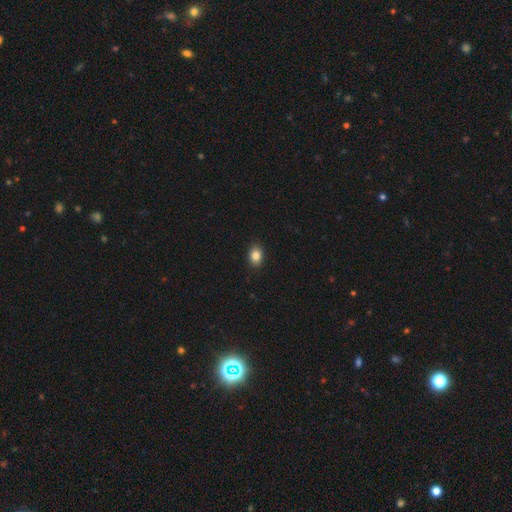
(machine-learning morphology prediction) Smooth or featured? smooth (85%)
How rounded? in between (72%)
Merging? none (90%)